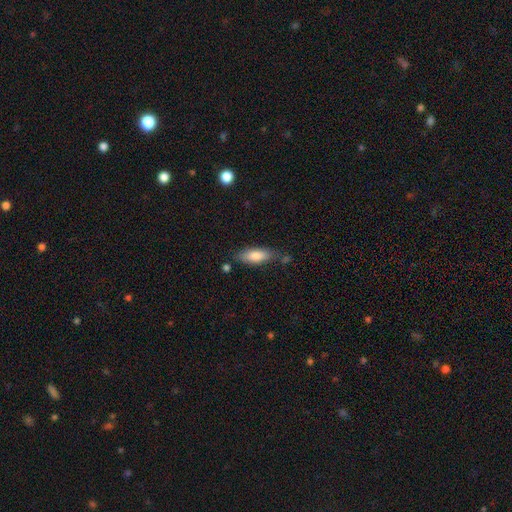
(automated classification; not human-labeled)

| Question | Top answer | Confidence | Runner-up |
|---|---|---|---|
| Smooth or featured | smooth | 80% | featured or disk (14%) |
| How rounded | in between | 70% | cigar-shaped (28%) |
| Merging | none | 70% | minor disturbance (19%) |